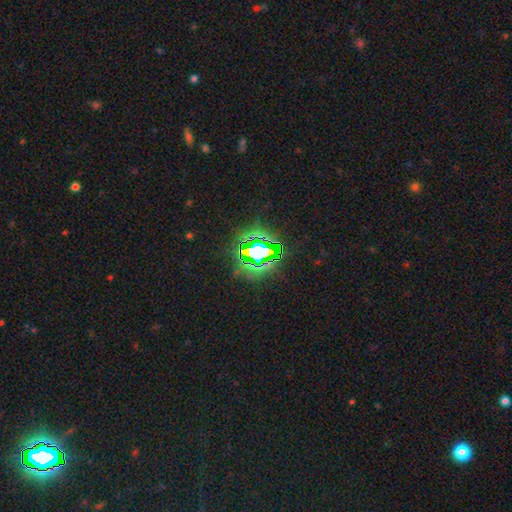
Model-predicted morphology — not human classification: This appears to be a star or artifact, not a galaxy (78%).